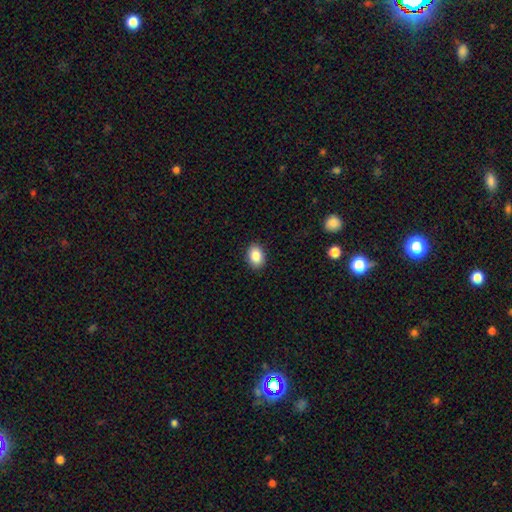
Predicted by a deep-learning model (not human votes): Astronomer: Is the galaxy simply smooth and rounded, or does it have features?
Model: smooth — 86%.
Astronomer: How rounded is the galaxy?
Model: in between — 80%.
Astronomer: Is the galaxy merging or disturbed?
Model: none — 90%.